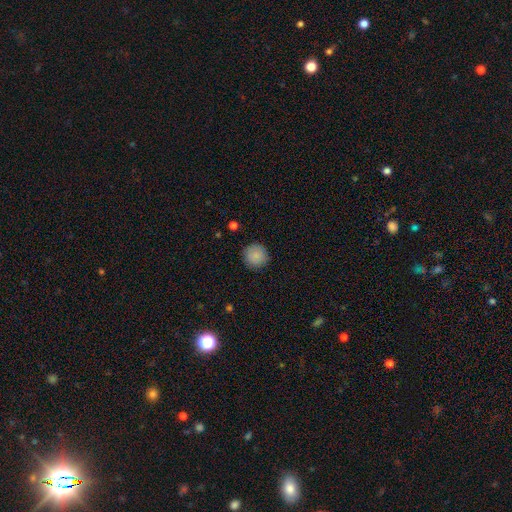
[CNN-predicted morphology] This is clearly a smooth galaxy (87%). How rounded: clearly round (95%). Merging: clearly none (89%).